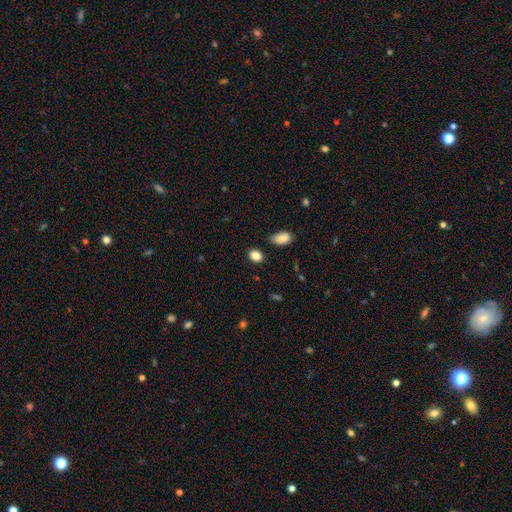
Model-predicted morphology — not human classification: Smooth or featured? smooth (85%)
How rounded? in between (65%)
Merging? none (84%)